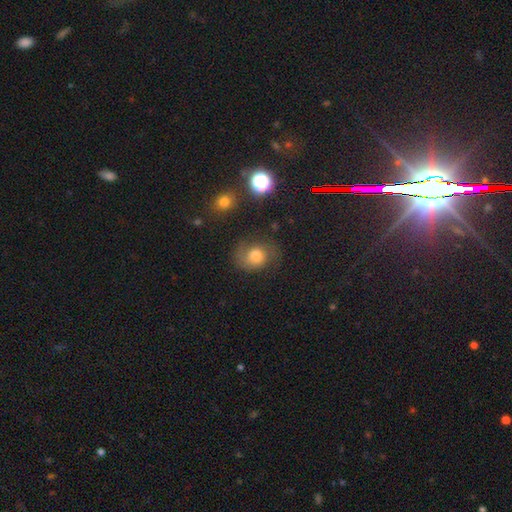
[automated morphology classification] smooth-or-featured: smooth: 61% | featured or disk: 25% | star or artifact: 14%
  how-rounded: round: 60% | in between: 39% | cigar-shaped: 1%
  merging: none: 60% | minor disturbance: 23% | major disturbance: 15% | merger: 3%